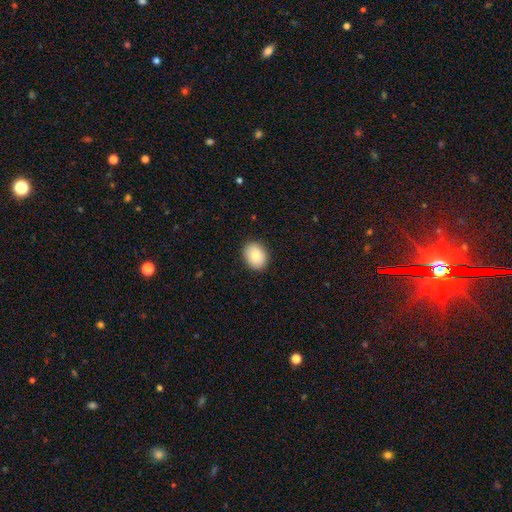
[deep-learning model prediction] The model was most divided on "how rounded": in between: 60%, round: 39%, cigar-shaped: 1%. More confident: merging — none (89%); smooth or featured — smooth (82%).